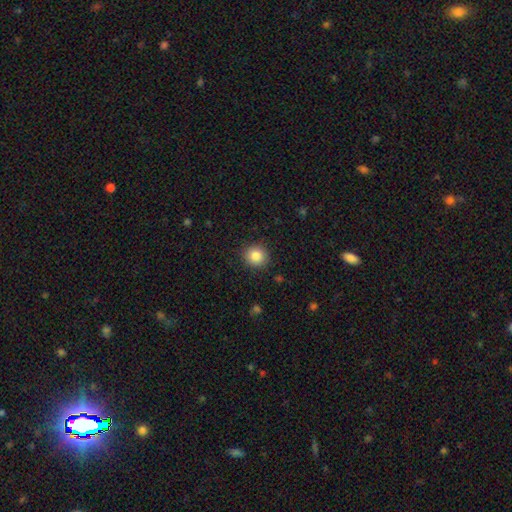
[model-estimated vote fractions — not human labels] Q: Smooth or featured?
A: smooth (84%); runner-up: star or artifact (10%)
Q: How rounded?
A: round (87%); runner-up: in between (12%)
Q: Merging?
A: none (90%); runner-up: minor disturbance (7%)